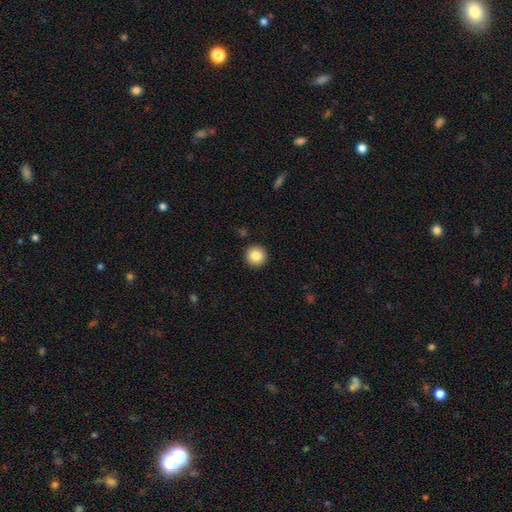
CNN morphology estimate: This appears to be a smooth galaxy with no disk features (85%) that is round (95%). Merging: none (92%).